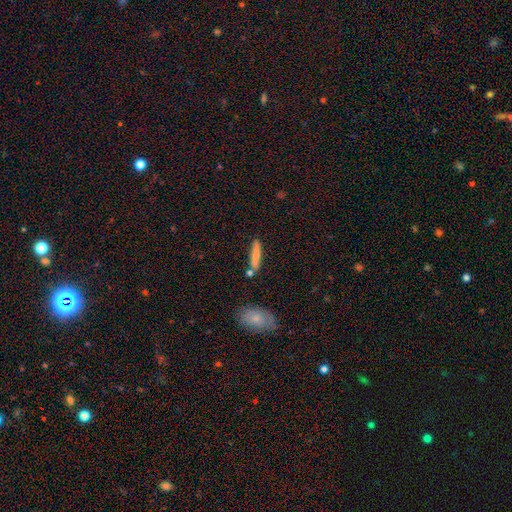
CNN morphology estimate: Smooth or featured? Predicted: smooth (p=0.68). How rounded? Predicted: cigar-shaped (p=0.85). Merging? Predicted: none (p=0.76).